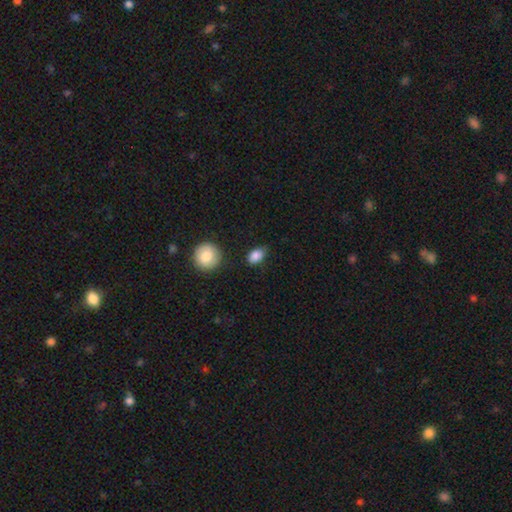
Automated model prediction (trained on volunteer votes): A smooth galaxy with no disk features (87%) that is in between round and cigar-shaped (80%).

Vote fractions:
- Smooth or featured? smooth: 87% / star or artifact: 8% / featured or disk: 6%
- How rounded? in between: 80% / round: 18% / cigar-shaped: 2%
- Merging? none: 72% / minor disturbance: 21% / major disturbance: 4% / merger: 3%